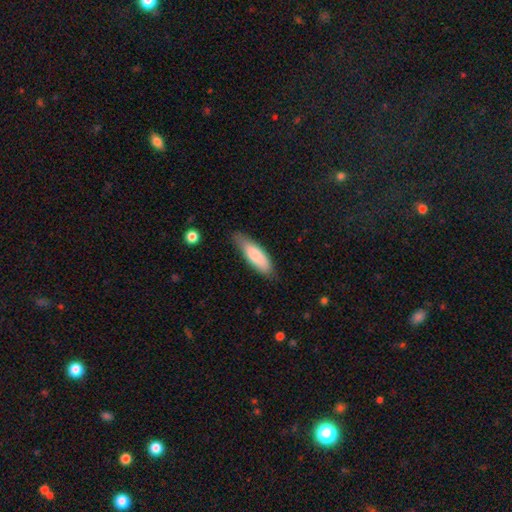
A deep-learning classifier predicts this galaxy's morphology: type=smooth (81%); roundness=in between (53%); merging=none (70%).